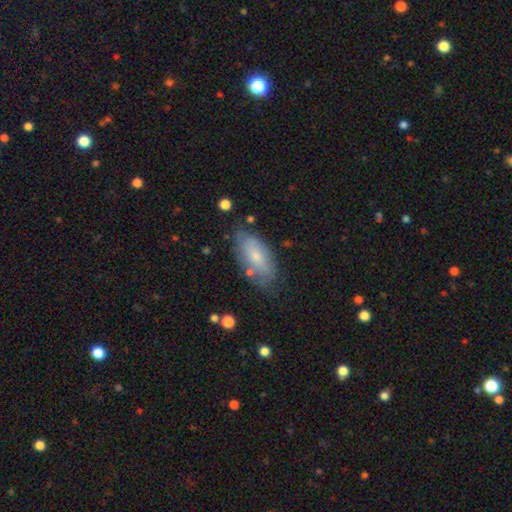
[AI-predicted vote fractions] smooth_or_featured: smooth (p=0.62) [alt: featured or disk p=0.31]
how_rounded: in between (p=0.89) [alt: cigar-shaped p=0.08]
merging: none (p=0.70) [alt: minor disturbance p=0.21]